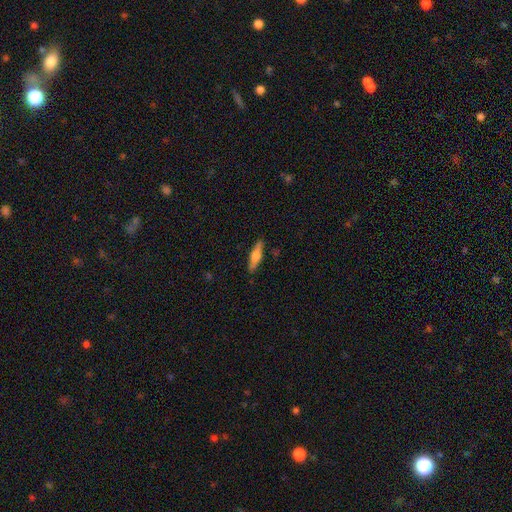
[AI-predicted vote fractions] Overall: smooth (50%; featured or disk 44%). How rounded: cigar-shaped (75%). Merging: none (88%).